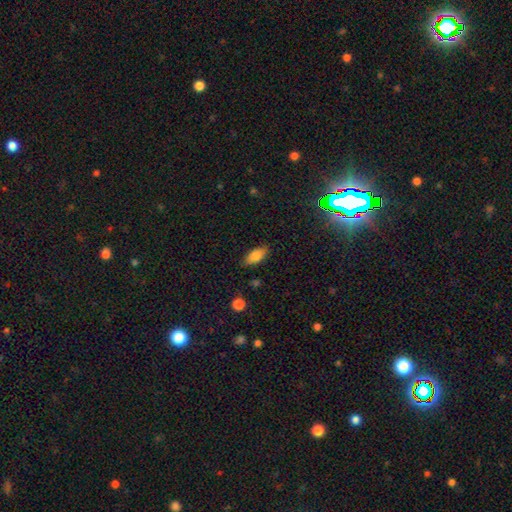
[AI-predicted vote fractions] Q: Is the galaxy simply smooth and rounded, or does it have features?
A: smooth — 79%.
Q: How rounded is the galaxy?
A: in between — 86%.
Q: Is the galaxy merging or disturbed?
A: none — 84%.